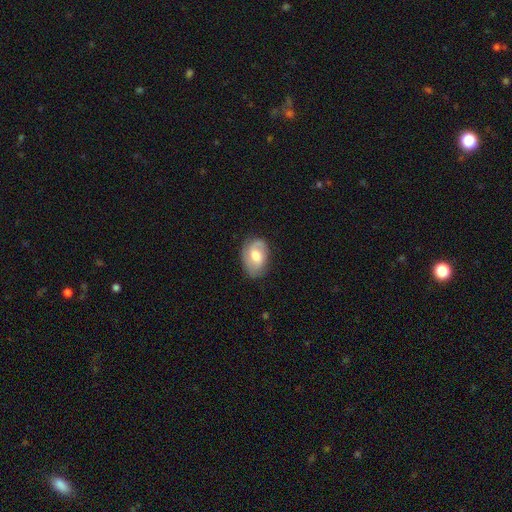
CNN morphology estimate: Smooth or featured? featured or disk (49%)
Merging? none (70%)